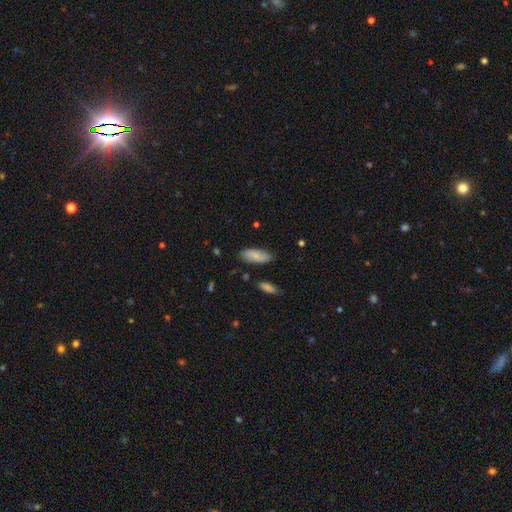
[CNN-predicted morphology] Q: Smooth or featured?
A: smooth (74%); runner-up: featured or disk (19%)
Q: How rounded?
A: in between (83%); runner-up: cigar-shaped (15%)
Q: Merging?
A: none (80%); runner-up: minor disturbance (14%)